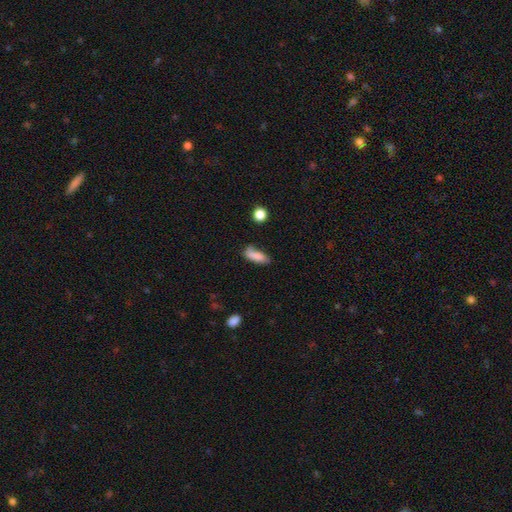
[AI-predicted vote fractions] A smooth galaxy with no disk features (79%) that is in between round and cigar-shaped (66%). Merging: none (52%).